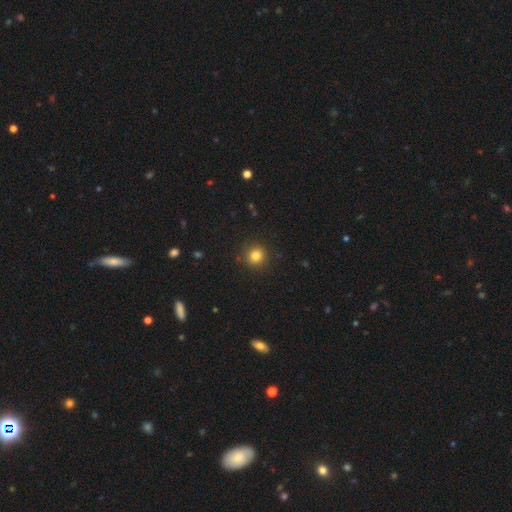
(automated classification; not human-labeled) Smooth or featured: smooth — 82% (star or artifact — 12%)
How rounded: round — 91% (in between — 8%)
Merging: none — 90% (minor disturbance — 7%)